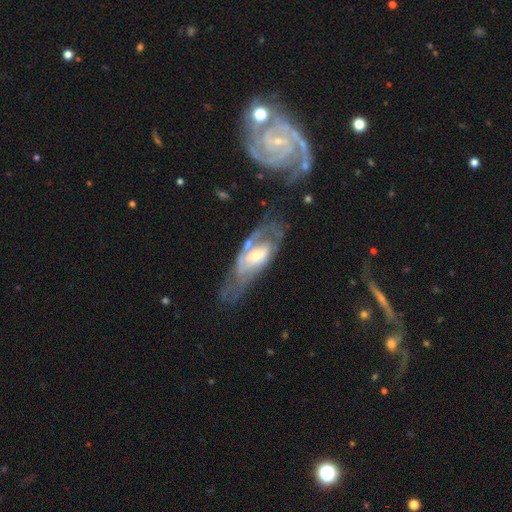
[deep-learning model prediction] A featured or disk galaxy (76%) with no bar (59%), 2 (41%) tight (46%) spiral arms (75%) and a small central bulge (46%). Merging: none (40%).